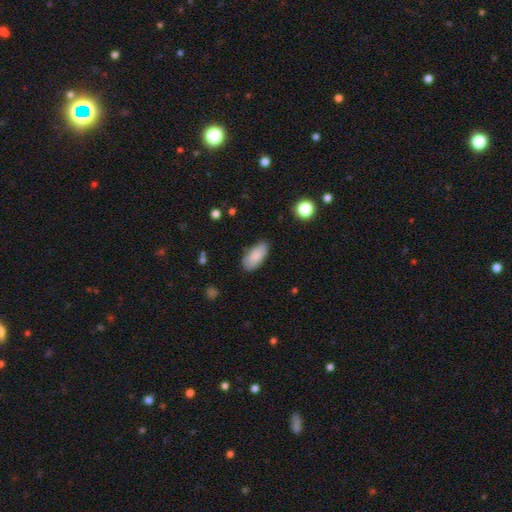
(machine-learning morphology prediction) smooth-or-featured: smooth: 86% | featured or disk: 7% | star or artifact: 7%
  how-rounded: in between: 91% | cigar-shaped: 7% | round: 2%
  merging: none: 77% | minor disturbance: 18% | major disturbance: 3% | merger: 2%